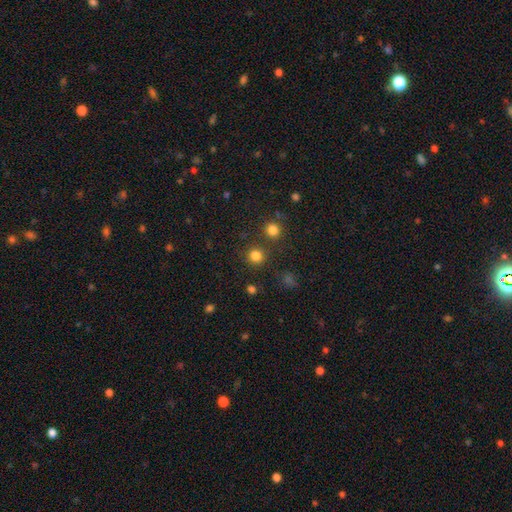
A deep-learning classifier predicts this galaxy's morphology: smooth_or_featured: smooth (p=0.80) [alt: star or artifact p=0.15]
how_rounded: round (p=0.92) [alt: in between p=0.07]
merging: none (p=0.82) [alt: merger p=0.09]